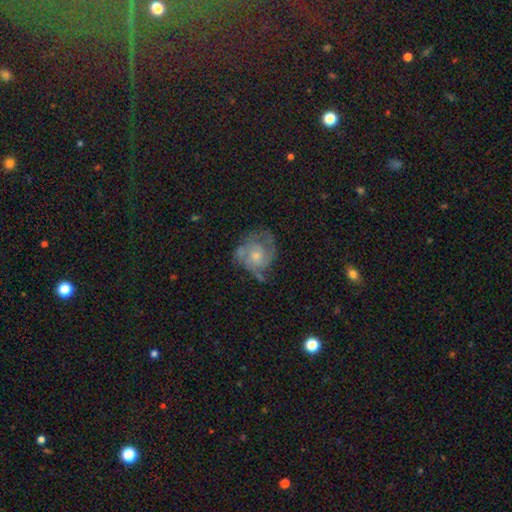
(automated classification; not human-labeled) featured or disk 73%, smooth 20%, star or artifact 8%. Down the decision tree: edge-on disk — no (98%); bar — no (77%); spiral arms — yes (86%); spiral arm count — 3 (31%); spiral winding — tight (43%); bulge size — small (56%); merging — none (48%).